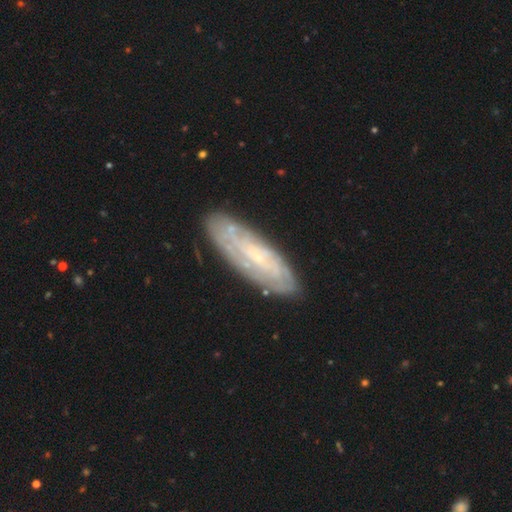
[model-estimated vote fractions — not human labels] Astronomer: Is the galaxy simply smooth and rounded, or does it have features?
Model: featured or disk — 65%.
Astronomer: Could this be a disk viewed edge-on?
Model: no — 79%.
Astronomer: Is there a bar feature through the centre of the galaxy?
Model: no — 60%.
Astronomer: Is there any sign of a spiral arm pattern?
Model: yes — 75%.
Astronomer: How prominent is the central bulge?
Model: small — 62%.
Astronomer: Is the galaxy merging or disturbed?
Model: none — 80%.